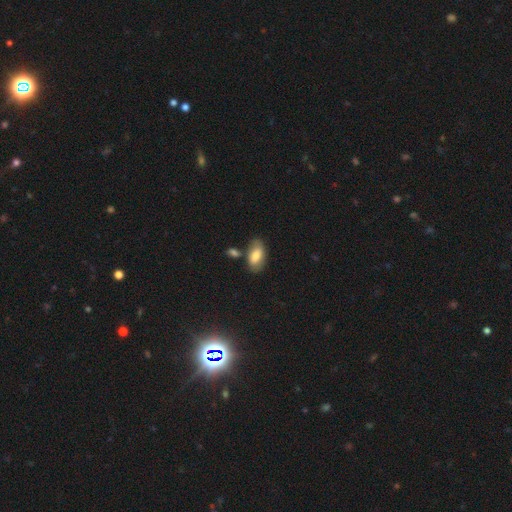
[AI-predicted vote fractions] A smooth galaxy with no disk features (78%) that is in between round and cigar-shaped (93%).

Vote fractions:
- Smooth or featured? smooth: 78% / featured or disk: 16% / star or artifact: 7%
- How rounded? in between: 93% / round: 4% / cigar-shaped: 3%
- Merging? none: 67% / minor disturbance: 17% / merger: 11% / major disturbance: 5%